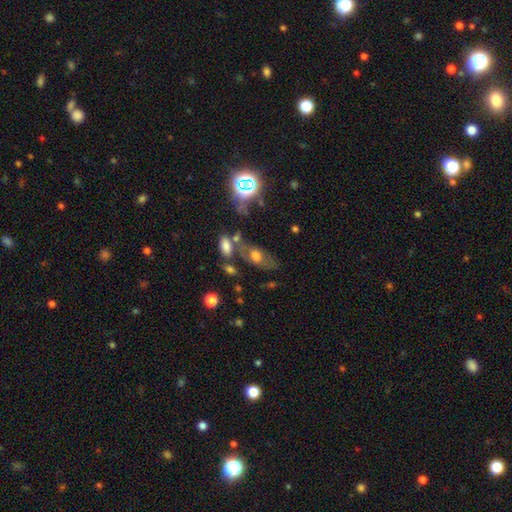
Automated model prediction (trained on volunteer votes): Morphology: type=smooth (54%); roundness=in between (83%); merging=none (52%).